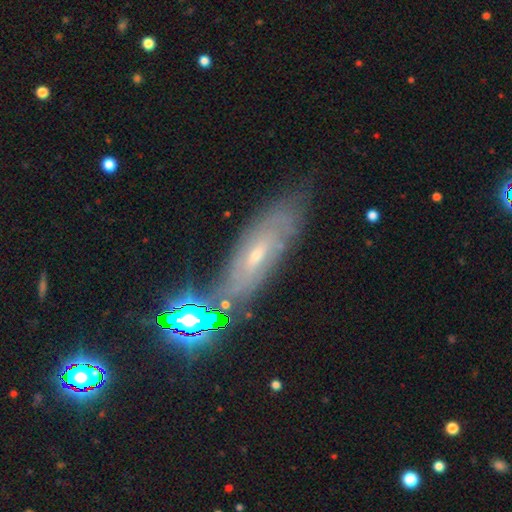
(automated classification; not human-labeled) Smooth or featured? Predicted: featured or disk (p=0.52). Edge-on disk? Predicted: no (p=0.61). Merging? Predicted: none (p=0.71).